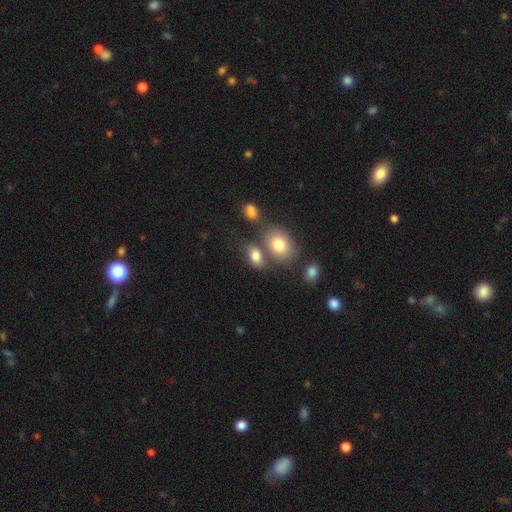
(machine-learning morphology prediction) Smooth or featured? Predicted: smooth (p=0.79). How rounded? Predicted: in between (p=0.79). Merging? Predicted: none (p=0.52).